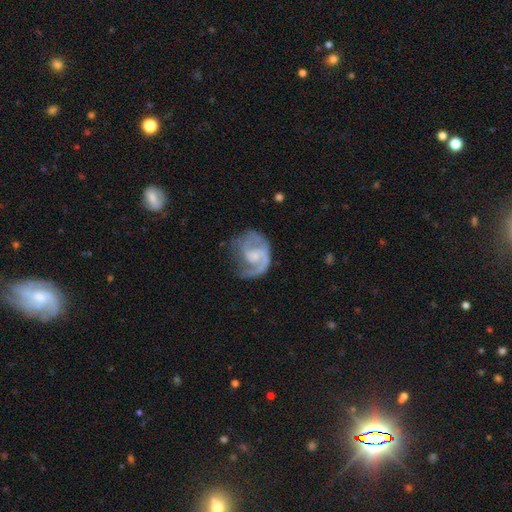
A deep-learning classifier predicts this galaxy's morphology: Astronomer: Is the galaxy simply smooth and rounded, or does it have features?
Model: featured or disk — 81%.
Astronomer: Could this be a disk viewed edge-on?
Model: no — 98%.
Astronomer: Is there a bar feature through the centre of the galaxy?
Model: no — 60%.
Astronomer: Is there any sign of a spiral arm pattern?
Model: yes — 93%.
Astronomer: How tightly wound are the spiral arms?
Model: medium — 47% (runner-up: tight, 29%).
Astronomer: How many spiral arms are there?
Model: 2 — 55% (runner-up: 1, 31%).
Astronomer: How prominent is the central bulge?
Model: small — 47% (runner-up: moderate, 26%).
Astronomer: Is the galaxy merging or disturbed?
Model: none — 50% (runner-up: major disturbance, 25%).